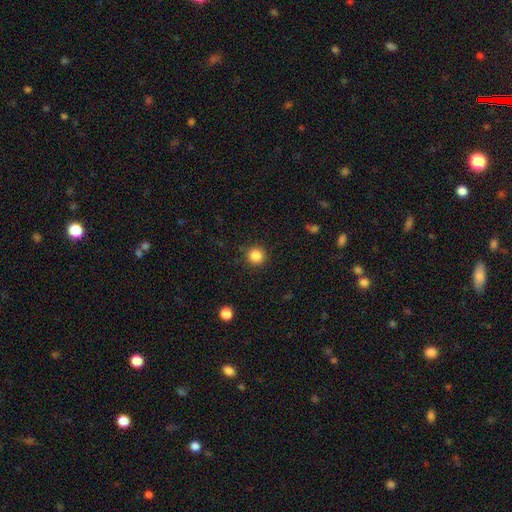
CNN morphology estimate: This is clearly a smooth galaxy (85%). How rounded: clearly round (94%). Merging: clearly none (90%).